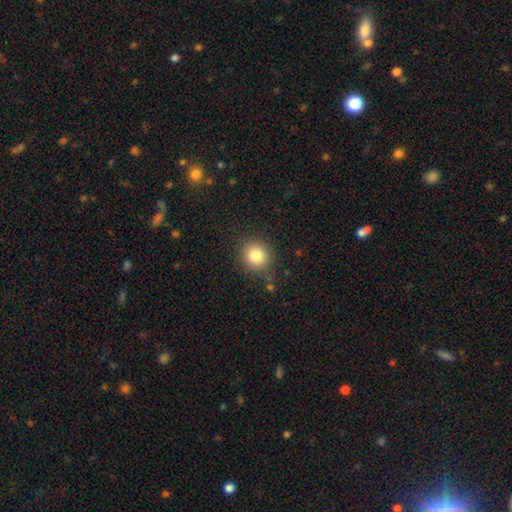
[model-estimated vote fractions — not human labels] Smooth or featured? Predicted: smooth (p=0.82). How rounded? Predicted: round (p=0.89). Merging? Predicted: none (p=0.83).